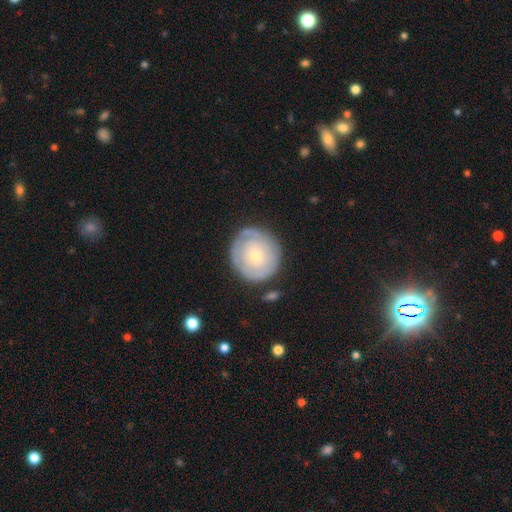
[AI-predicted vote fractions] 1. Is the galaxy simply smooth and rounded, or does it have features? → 56% featured or disk, 38% smooth, 6% star or artifact.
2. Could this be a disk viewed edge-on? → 97% no, 3% yes.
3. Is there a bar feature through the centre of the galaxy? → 87% no, 11% weak, 2% strong.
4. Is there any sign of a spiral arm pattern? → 64% yes, 36% no.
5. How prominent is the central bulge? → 74% small, 22% moderate, 2% large, 1% none, 1% dominant.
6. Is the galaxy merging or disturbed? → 77% none, 15% minor disturbance, 5% major disturbance, 3% merger.